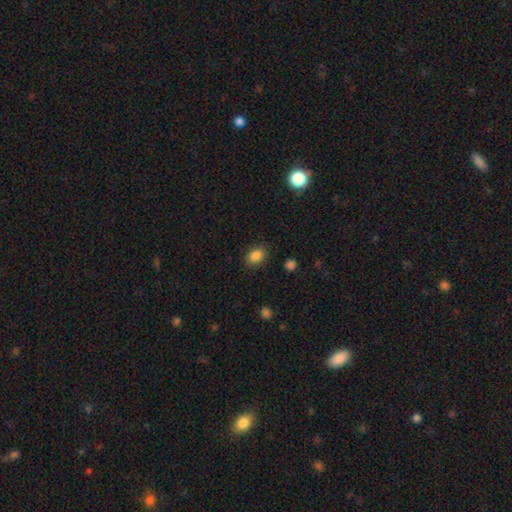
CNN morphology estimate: type=smooth (85%); roundness=in between (68%); merging=none (86%).